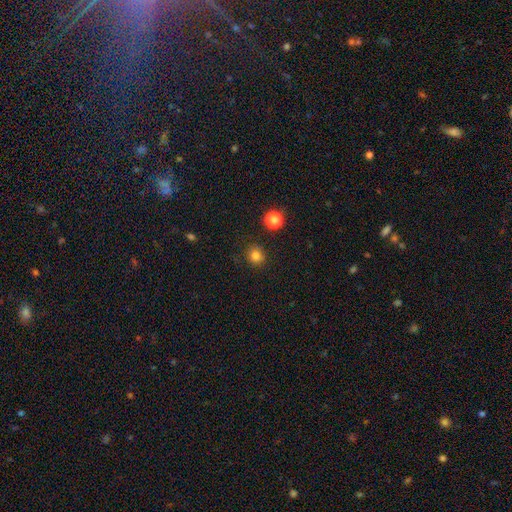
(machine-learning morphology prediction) Smooth or featured? smooth (81%)
How rounded? round (86%)
Merging? none (88%)